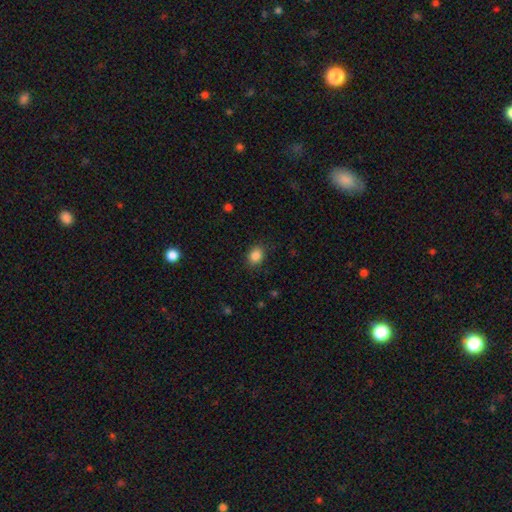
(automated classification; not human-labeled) Smooth or featured: smooth — 86% (star or artifact — 10%)
How rounded: in between — 51% (round — 48%)
Merging: none — 88% (minor disturbance — 9%)